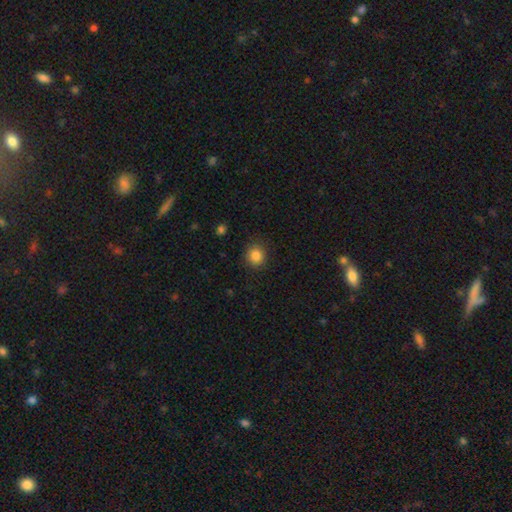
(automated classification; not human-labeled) Smooth or featured? Predicted: smooth (p=0.85). How rounded? Predicted: round (p=0.87). Merging? Predicted: none (p=0.87).